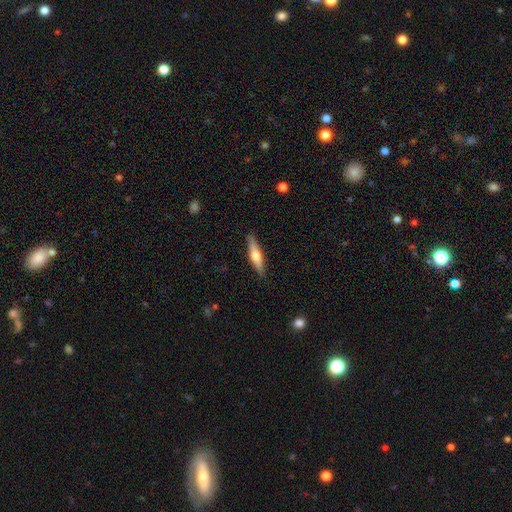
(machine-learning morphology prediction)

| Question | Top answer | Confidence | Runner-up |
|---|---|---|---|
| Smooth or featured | featured or disk | 49% | smooth (45%) |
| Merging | none | 89% | minor disturbance (8%) |